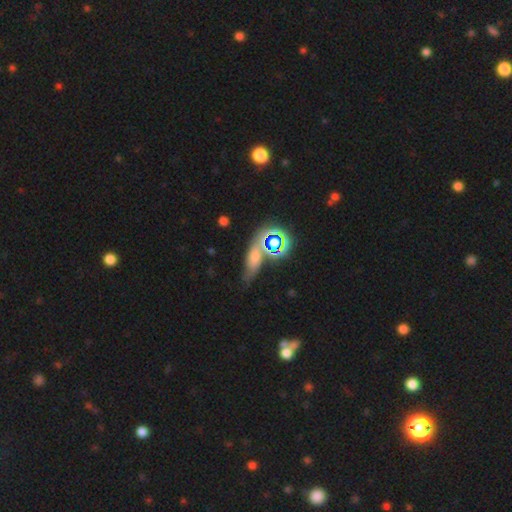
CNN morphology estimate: This is marginally a star or artifact rather than a galaxy (40%).